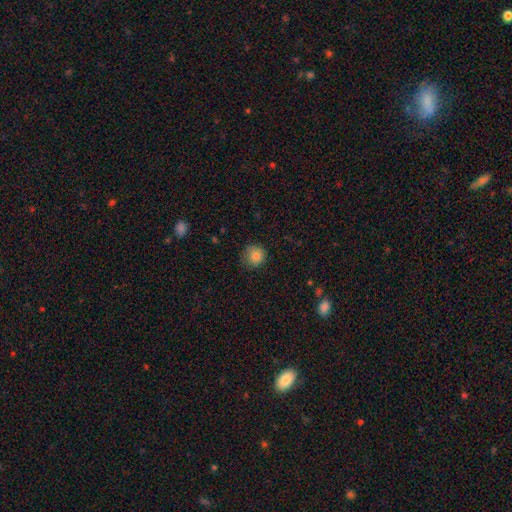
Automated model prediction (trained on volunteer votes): smooth_or_featured: smooth (p=0.85) [alt: star or artifact p=0.10]
how_rounded: round (p=0.88) [alt: in between p=0.11]
merging: none (p=0.76) [alt: minor disturbance p=0.19]